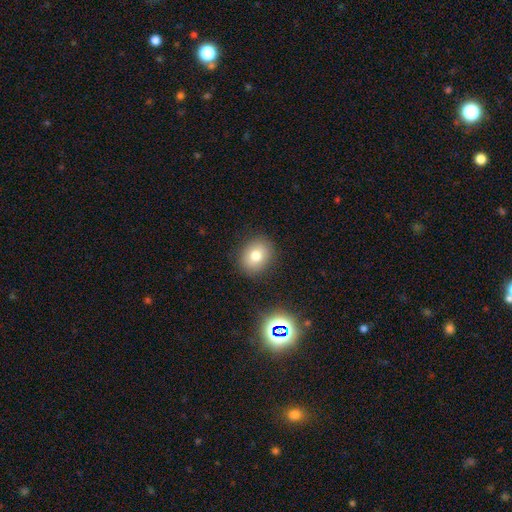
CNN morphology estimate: Smooth or featured?
  - smooth: 75% *
  - star or artifact: 13%
  - featured or disk: 12%
How rounded?
  - round: 61% *
  - in between: 38%
  - cigar-shaped: 1%
Merging?
  - none: 87% *
  - minor disturbance: 9%
  - major disturbance: 3%
  - merger: 2%